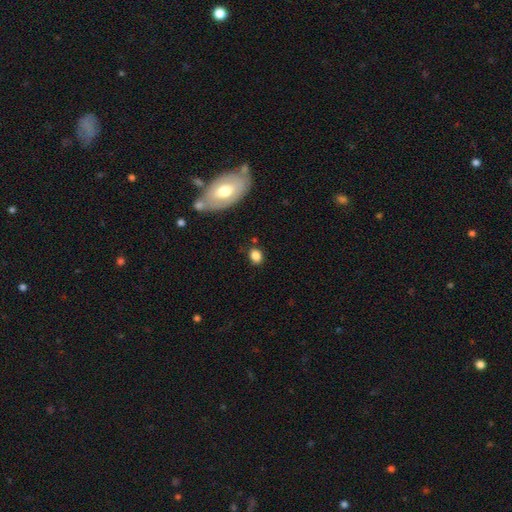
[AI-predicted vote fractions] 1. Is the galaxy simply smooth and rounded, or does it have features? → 83% smooth, 10% star or artifact, 8% featured or disk.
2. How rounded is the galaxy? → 60% in between, 38% round, 2% cigar-shaped.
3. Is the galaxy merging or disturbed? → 79% none, 14% minor disturbance, 4% merger, 4% major disturbance.